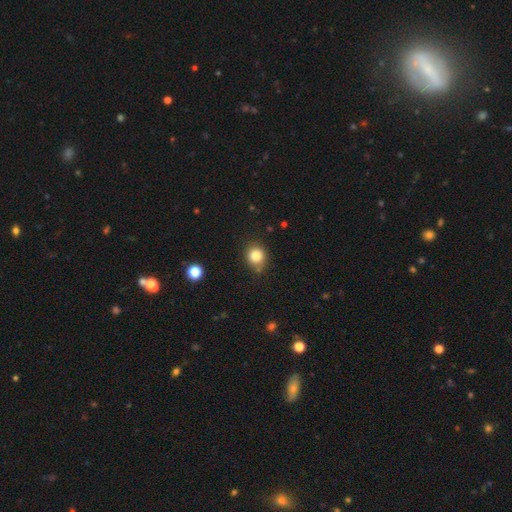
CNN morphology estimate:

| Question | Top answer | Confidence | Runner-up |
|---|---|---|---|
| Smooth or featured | smooth | 85% | star or artifact (11%) |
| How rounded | round | 80% | in between (19%) |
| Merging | none | 71% | minor disturbance (21%) |